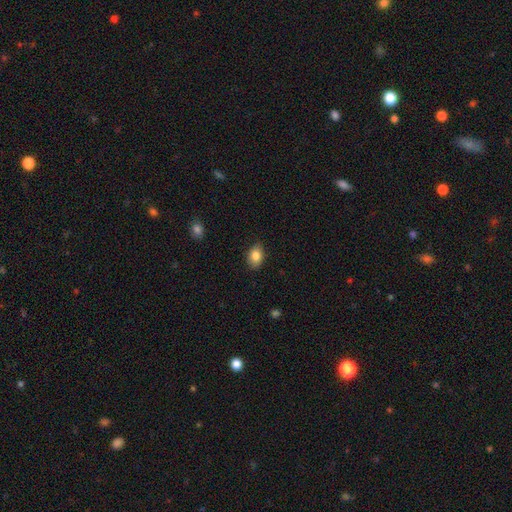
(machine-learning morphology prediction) smooth_or_featured: smooth (p=0.84) [alt: star or artifact p=0.08]
how_rounded: in between (p=0.82) [alt: round p=0.17]
merging: none (p=0.84) [alt: minor disturbance p=0.12]